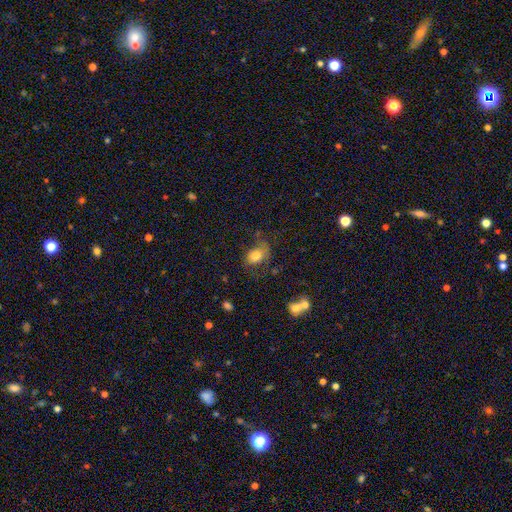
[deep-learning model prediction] Smooth or featured?
  - smooth: 76% *
  - featured or disk: 14%
  - star or artifact: 10%
How rounded?
  - in between: 68% *
  - round: 31%
  - cigar-shaped: 1%
Merging?
  - none: 56% *
  - minor disturbance: 25%
  - major disturbance: 15%
  - merger: 4%